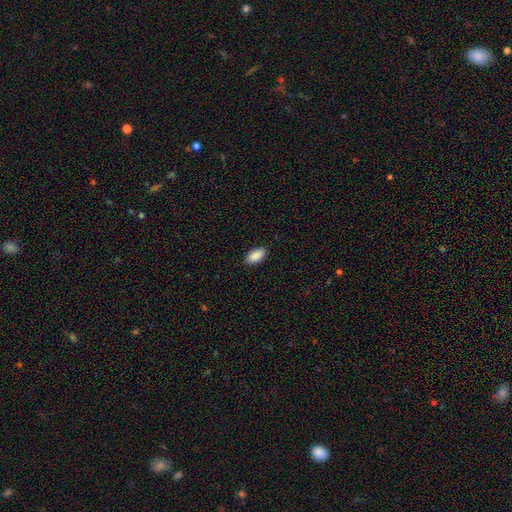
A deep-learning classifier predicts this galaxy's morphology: Smooth or featured? smooth (90%)
How rounded? in between (94%)
Merging? none (88%)